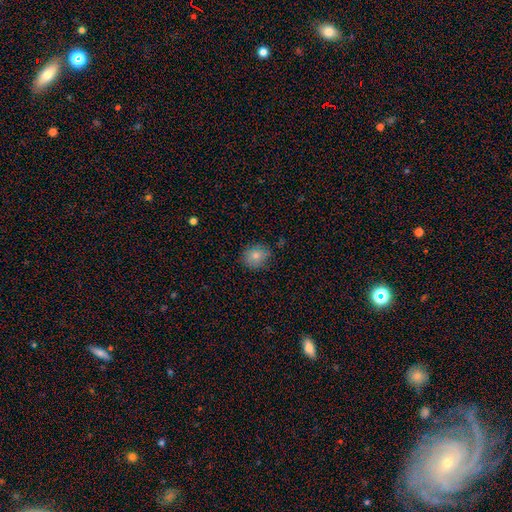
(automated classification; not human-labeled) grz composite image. It shows a smooth galaxy with no disk features (80%) that is round (68%). Merging: none (79%).